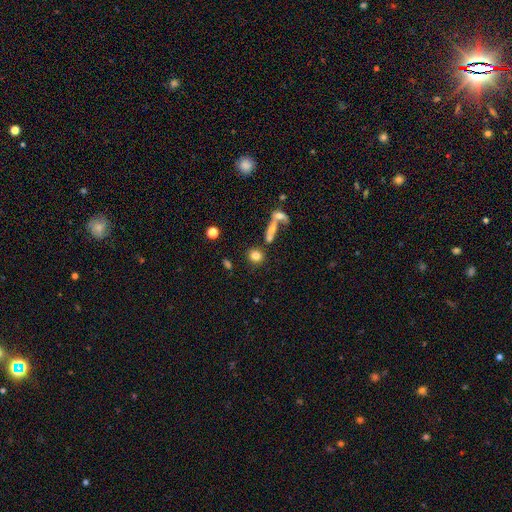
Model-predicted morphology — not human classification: The model was most divided on "merging": none: 68%, merger: 18%, minor disturbance: 9%, major disturbance: 5%. More confident: how rounded — round (80%); smooth or featured — smooth (78%).